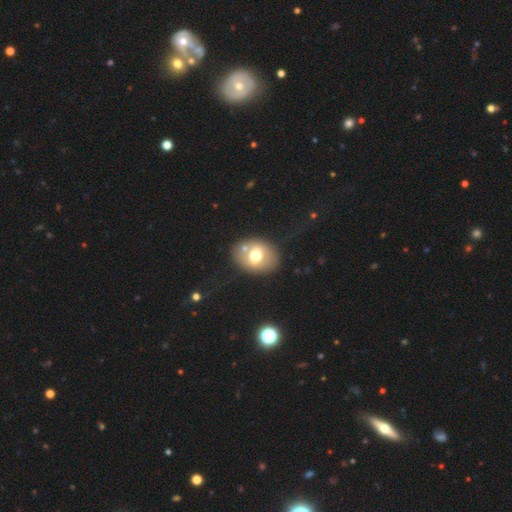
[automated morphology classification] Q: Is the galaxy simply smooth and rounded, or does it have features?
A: smooth — 62%.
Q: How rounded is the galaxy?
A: in between — 54%.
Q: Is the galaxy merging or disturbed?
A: none — 74%.